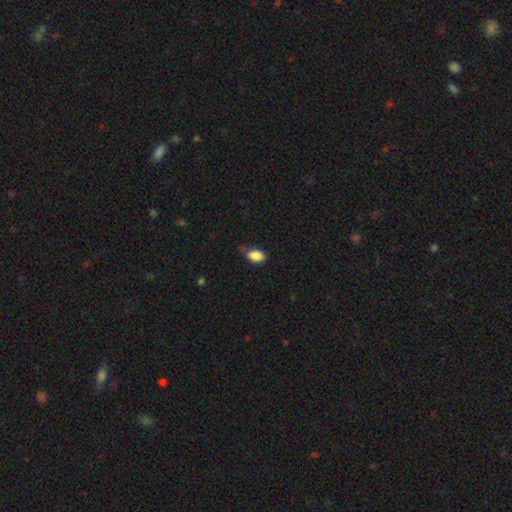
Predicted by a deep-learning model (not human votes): A smooth galaxy with no disk features (87%) that is in between round and cigar-shaped (91%).

Vote fractions:
- Smooth or featured? smooth: 87% / star or artifact: 8% / featured or disk: 5%
- How rounded? in between: 91% / round: 6% / cigar-shaped: 3%
- Merging? none: 61% / minor disturbance: 31% / major disturbance: 6% / merger: 2%